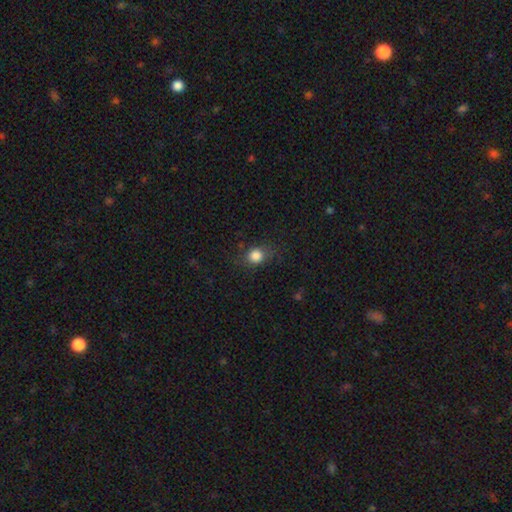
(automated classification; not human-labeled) Smooth or featured? Predicted: smooth (p=0.83). How rounded? Predicted: round (p=0.72). Merging? Predicted: none (p=0.76).